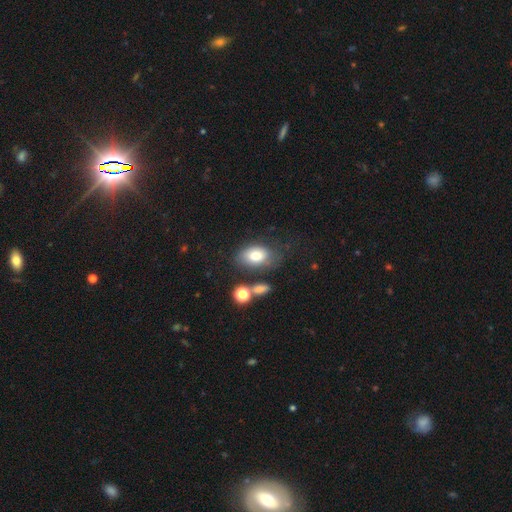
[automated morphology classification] smooth 78%, featured or disk 13%, star or artifact 8%. Down the decision tree: how rounded — in between (87%); merging — none (57%).